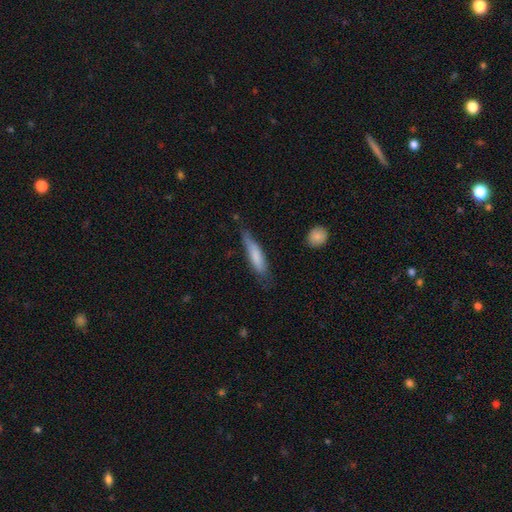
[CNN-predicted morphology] smooth 73%, featured or disk 21%, star or artifact 6%. Down the decision tree: how rounded — cigar-shaped (78%); merging — none (59%).